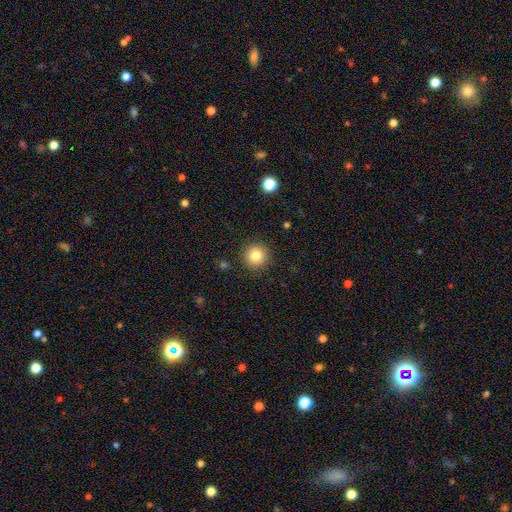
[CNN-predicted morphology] smooth_or_featured: smooth (p=0.82) [alt: star or artifact p=0.11]
how_rounded: round (p=0.95) [alt: in between p=0.04]
merging: none (p=0.91) [alt: minor disturbance p=0.06]